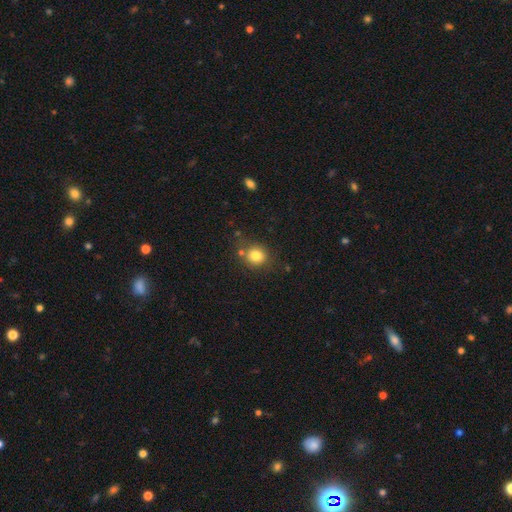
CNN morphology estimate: Smooth or featured?
  - smooth: 81% *
  - star or artifact: 12%
  - featured or disk: 8%
How rounded?
  - round: 79% *
  - in between: 20%
  - cigar-shaped: 1%
Merging?
  - none: 74% *
  - minor disturbance: 13%
  - merger: 9%
  - major disturbance: 4%